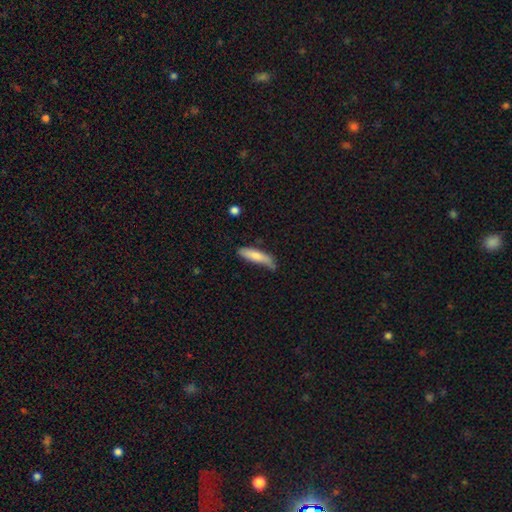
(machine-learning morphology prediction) smooth 78%, featured or disk 16%, star or artifact 6%. Down the decision tree: how rounded — cigar-shaped (70%); merging — none (53%).